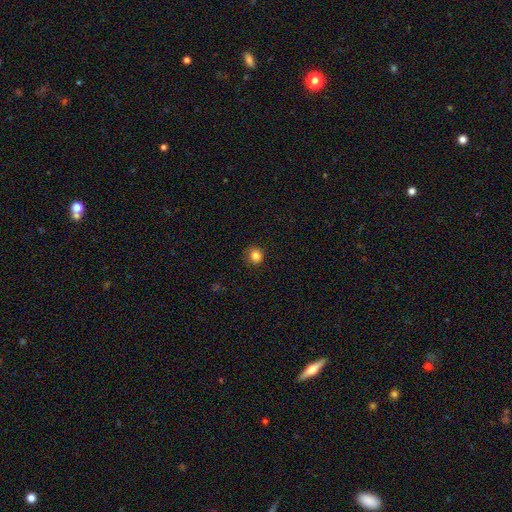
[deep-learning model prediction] A smooth galaxy with no disk features (84%) that is round (90%). Merging: none (88%).